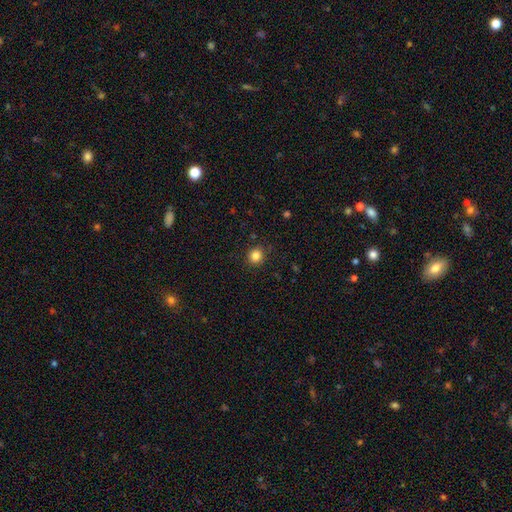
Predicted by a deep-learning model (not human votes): smooth_or_featured: smooth (p=0.84) [alt: star or artifact p=0.12]
how_rounded: round (p=0.90) [alt: in between p=0.09]
merging: none (p=0.89) [alt: minor disturbance p=0.07]